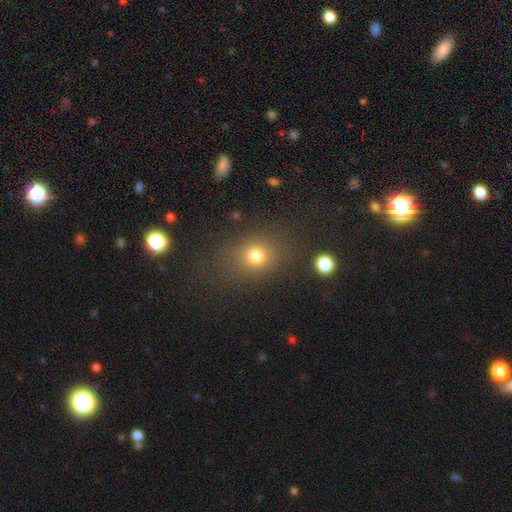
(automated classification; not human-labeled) smooth 76%, star or artifact 16%, featured or disk 8%. Down the decision tree: how rounded — round (61%); merging — none (77%).